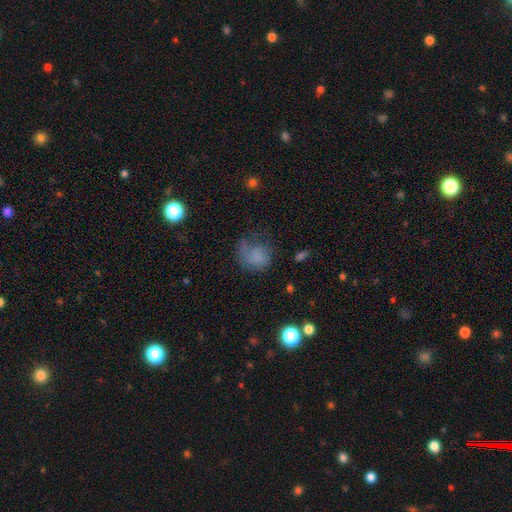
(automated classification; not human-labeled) smooth_or_featured: smooth (p=0.60) [alt: featured or disk p=0.27]
how_rounded: round (p=0.59) [alt: in between p=0.40]
merging: major disturbance (p=0.40) [alt: none p=0.33]